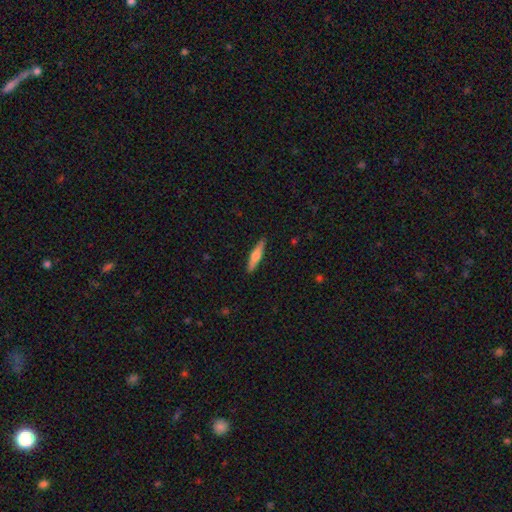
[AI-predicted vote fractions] smooth-or-featured: featured or disk: 48% | smooth: 46% | star or artifact: 6%
  merging: none: 90% | minor disturbance: 7% | major disturbance: 2% | merger: 1%